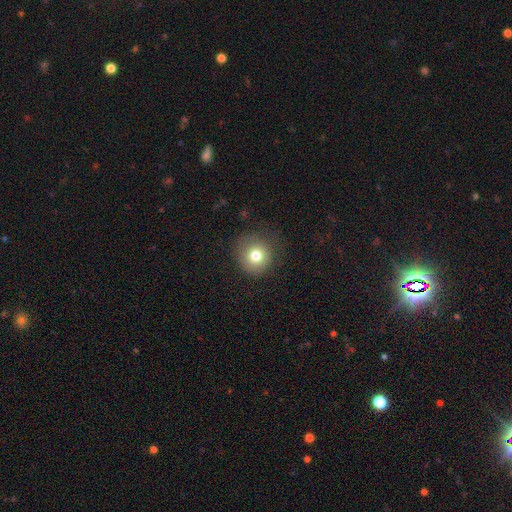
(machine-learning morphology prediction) Overall: smooth (75%). How rounded: round (92%). Merging: none (79%).